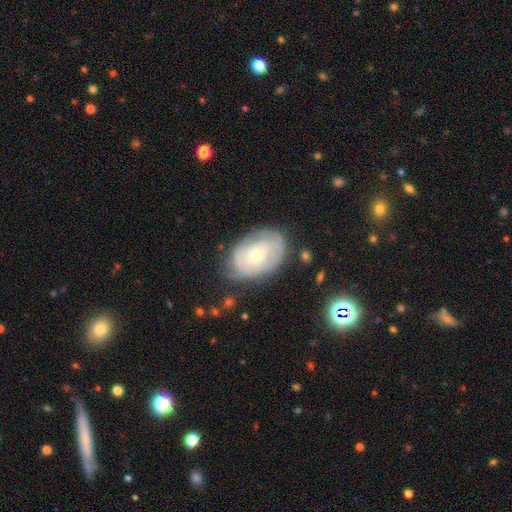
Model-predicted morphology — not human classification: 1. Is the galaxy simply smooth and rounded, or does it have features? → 69% featured or disk, 25% smooth, 7% star or artifact.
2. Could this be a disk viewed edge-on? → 95% no, 5% yes.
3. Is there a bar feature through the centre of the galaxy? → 80% no, 16% weak, 4% strong.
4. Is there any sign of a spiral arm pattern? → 70% yes, 30% no.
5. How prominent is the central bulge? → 58% small, 38% moderate, 2% large, 1% none, 1% dominant.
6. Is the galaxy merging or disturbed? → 67% none, 22% minor disturbance, 9% major disturbance, 2% merger.